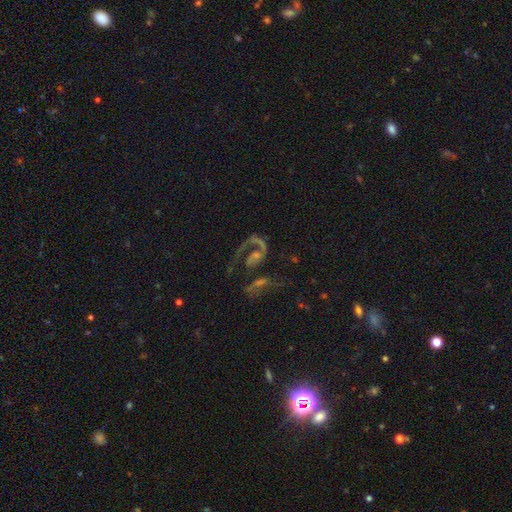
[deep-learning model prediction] smooth_or_featured: featured or disk (p=0.75) [alt: star or artifact p=0.13]
disk_edge_on: no (p=0.97) [alt: yes p=0.03]
bar: no (p=0.56) [alt: weak p=0.30]
has_spiral_arms: yes (p=0.83) [alt: no p=0.17]
spiral_winding: loose (p=0.43) [alt: medium p=0.40]
spiral_arm_count: 1 (p=0.61) [alt: 2 p=0.29]
bulge_size: small (p=0.44) [alt: moderate p=0.29]
merging: none (p=0.32) [alt: major disturbance p=0.31]